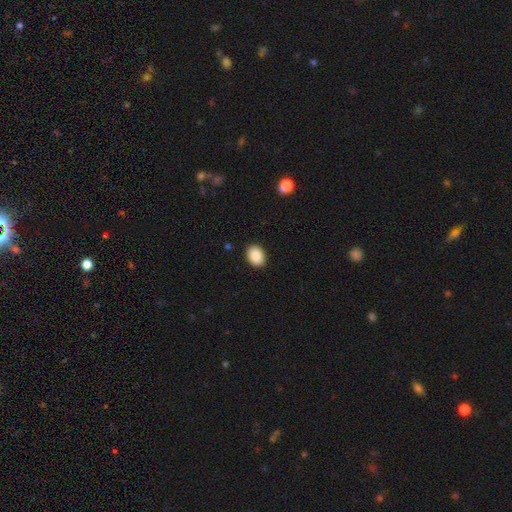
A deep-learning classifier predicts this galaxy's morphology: Overall: smooth (89%). How rounded: in between (68%; round 31%). Merging: none (90%).